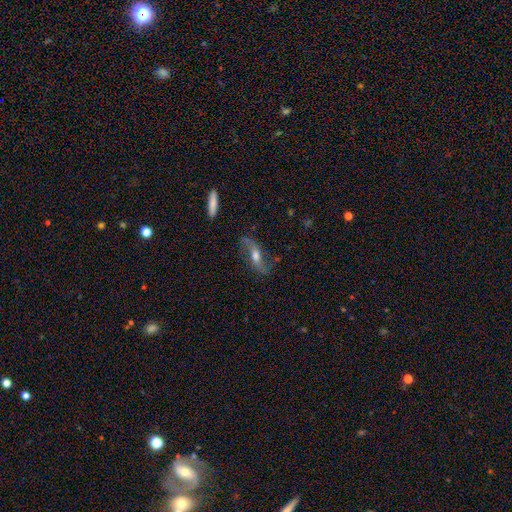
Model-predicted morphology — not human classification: A featured or disk galaxy (72%) with no bar (47%), spiral arms (87%) and a moderate central bulge (65%). Merging: none (72%).